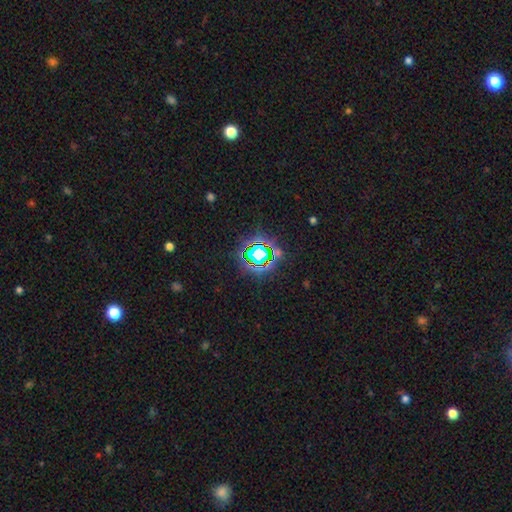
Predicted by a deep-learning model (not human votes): This is likely a star or artifact rather than a galaxy (72%).